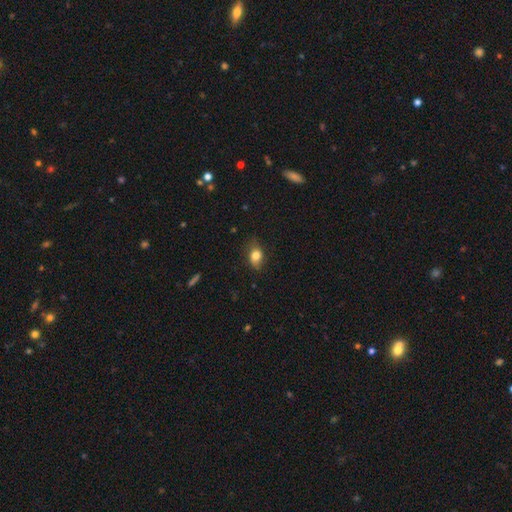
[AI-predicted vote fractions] Smooth or featured?
  - smooth: 79% *
  - featured or disk: 12%
  - star or artifact: 9%
How rounded?
  - in between: 73% *
  - round: 24%
  - cigar-shaped: 2%
Merging?
  - none: 74% *
  - minor disturbance: 20%
  - major disturbance: 4%
  - merger: 1%